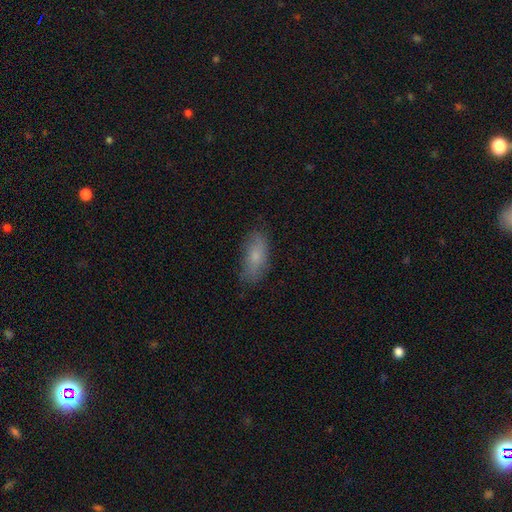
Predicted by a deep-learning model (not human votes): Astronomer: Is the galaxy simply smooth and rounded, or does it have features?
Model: smooth — 70%.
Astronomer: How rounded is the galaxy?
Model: in between — 81%.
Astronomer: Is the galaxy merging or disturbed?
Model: none — 72%.